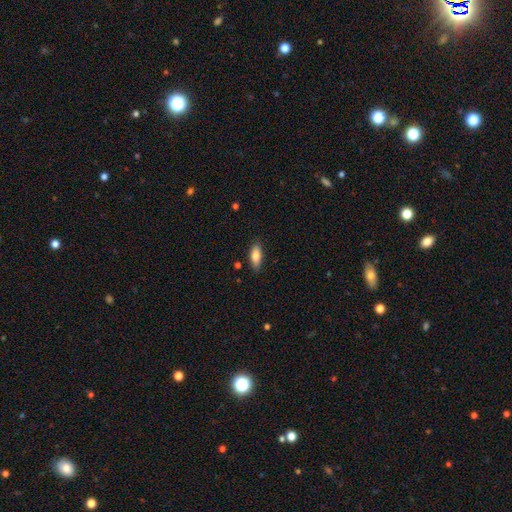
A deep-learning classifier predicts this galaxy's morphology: Q: Smooth or featured?
A: smooth (79%); runner-up: featured or disk (15%)
Q: How rounded?
A: in between (73%); runner-up: cigar-shaped (24%)
Q: Merging?
A: none (85%); runner-up: minor disturbance (12%)